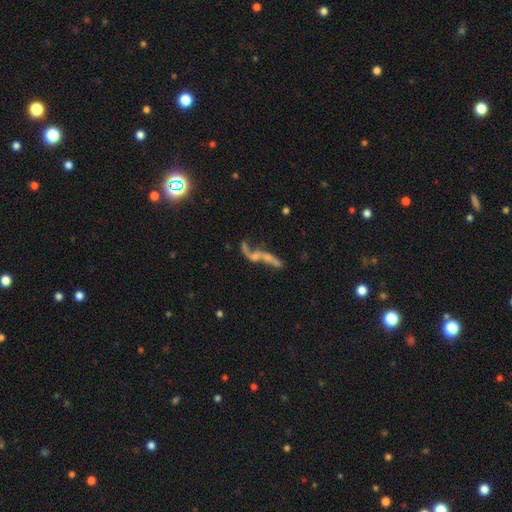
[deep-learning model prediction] smooth_or_featured: featured or disk (p=0.66) [alt: smooth p=0.18]
disk_edge_on: no (p=0.78) [alt: yes p=0.22]
bar: no (p=0.68) [alt: weak p=0.22]
has_spiral_arms: yes (p=0.58) [alt: no p=0.42]
bulge_size: none (p=0.45) [alt: small p=0.35]
merging: merger (p=0.34) [alt: none p=0.32]